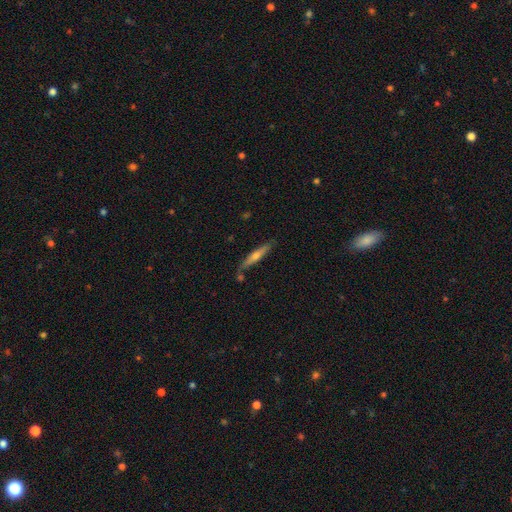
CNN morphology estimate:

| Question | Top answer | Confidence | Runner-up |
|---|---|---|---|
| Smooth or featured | featured or disk | 56% | smooth (38%) |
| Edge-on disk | yes | 94% | no (6%) |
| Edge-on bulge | rounded | 76% | none (19%) |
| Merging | none | 82% | minor disturbance (12%) |